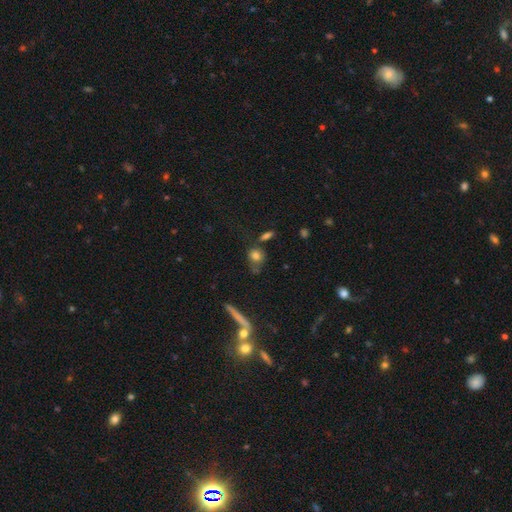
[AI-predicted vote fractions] Overall: smooth (77%). How rounded: round (61%; in between 34%). Merging: none (57%; minor disturbance 20%).